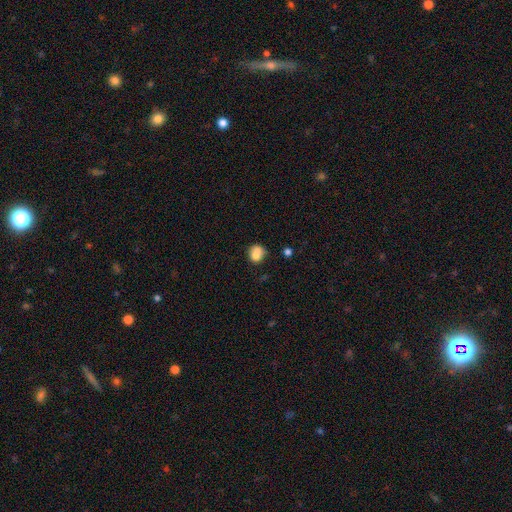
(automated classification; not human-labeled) This appears to be a smooth galaxy with no disk features (76%) that is round (69%). Merging: none (41%).